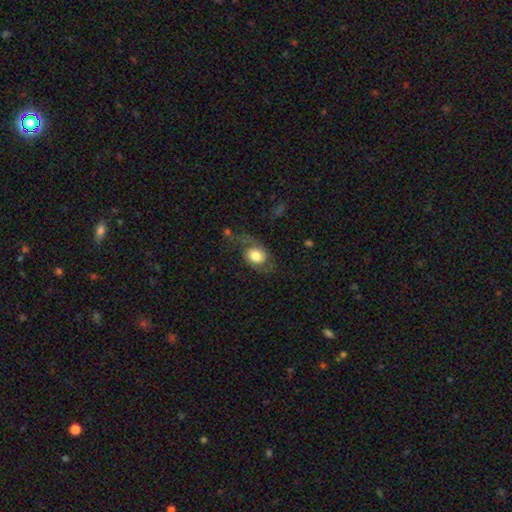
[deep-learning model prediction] Smooth or featured?
  - featured or disk: 48% *
  - smooth: 45%
  - star or artifact: 8%
Merging?
  - none: 46% *
  - major disturbance: 28%
  - minor disturbance: 23%
  - merger: 3%